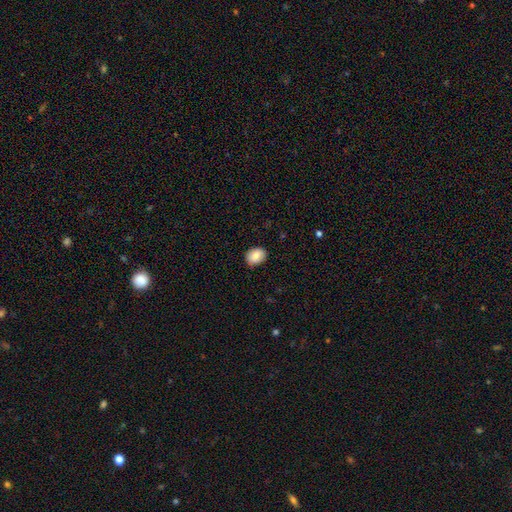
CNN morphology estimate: This appears to be a smooth galaxy with no disk features (84%) that is in between round and cigar-shaped (52%). Merging: none (85%).